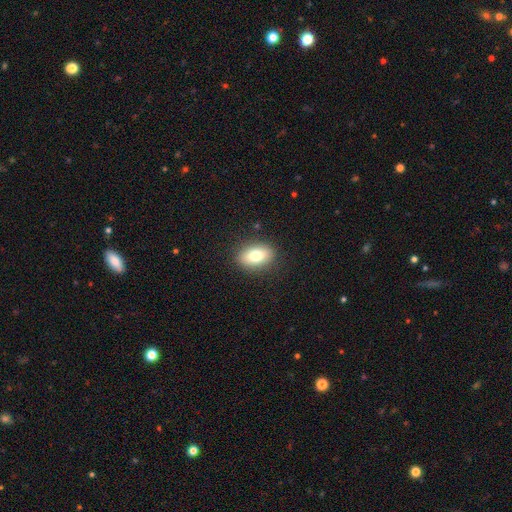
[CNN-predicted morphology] A smooth galaxy with no disk features (78%) that is in between round and cigar-shaped (82%). Merging: none (88%).